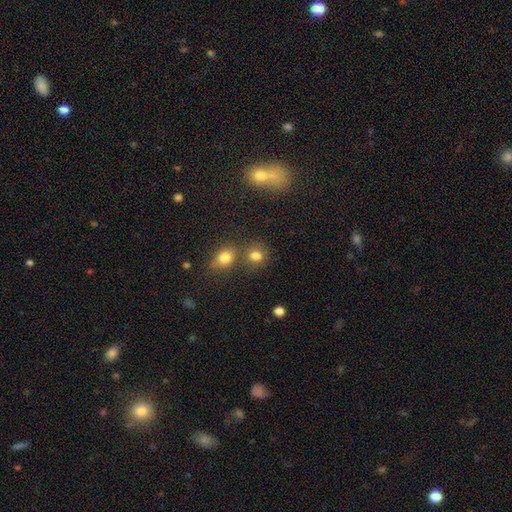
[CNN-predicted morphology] The model was most divided on "merging": none: 64%, merger: 24%, minor disturbance: 9%, major disturbance: 4%. More confident: how rounded — round (79%); smooth or featured — smooth (78%).